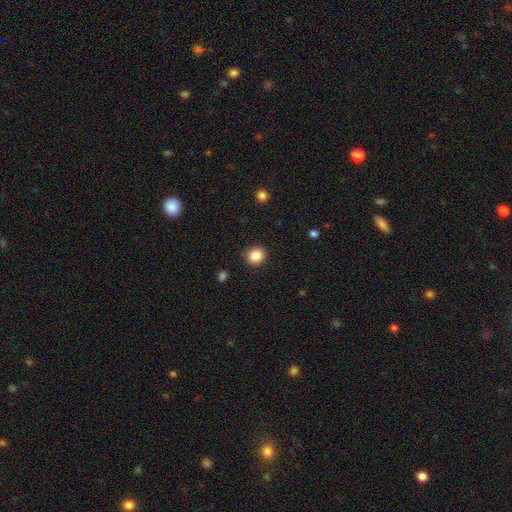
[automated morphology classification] Smooth or featured: smooth — 87% (star or artifact — 10%)
How rounded: round — 85% (in between — 14%)
Merging: none — 88% (minor disturbance — 8%)